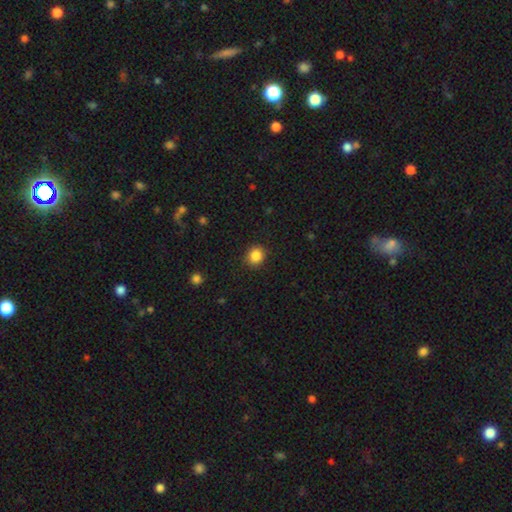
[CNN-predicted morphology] smooth 86%, star or artifact 10%, featured or disk 4%. Down the decision tree: how rounded — round (80%); merging — none (89%).